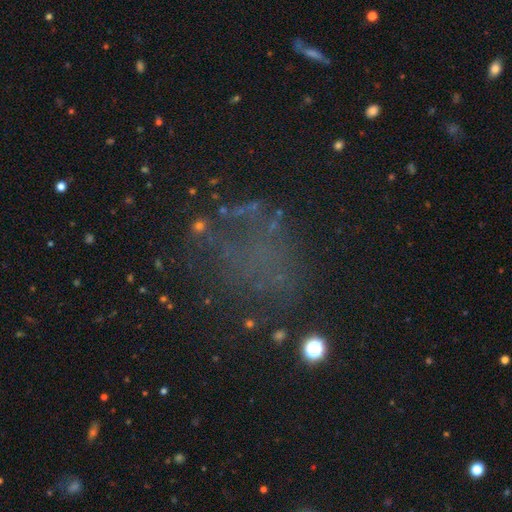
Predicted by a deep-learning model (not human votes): Overall: star or artifact (44%; smooth 29%).